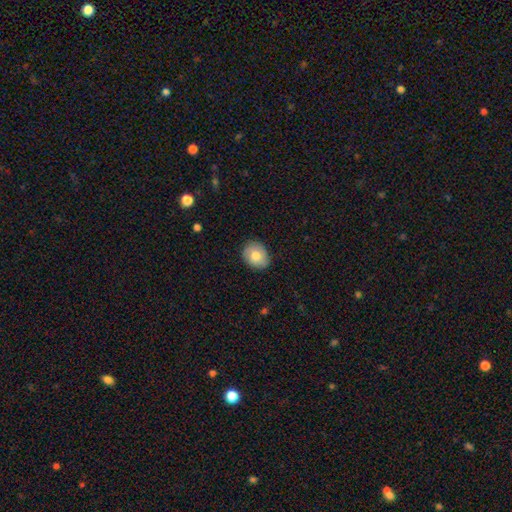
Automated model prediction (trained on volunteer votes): smooth 72%, featured or disk 20%, star or artifact 7%. Down the decision tree: how rounded — round (56%); merging — none (81%).